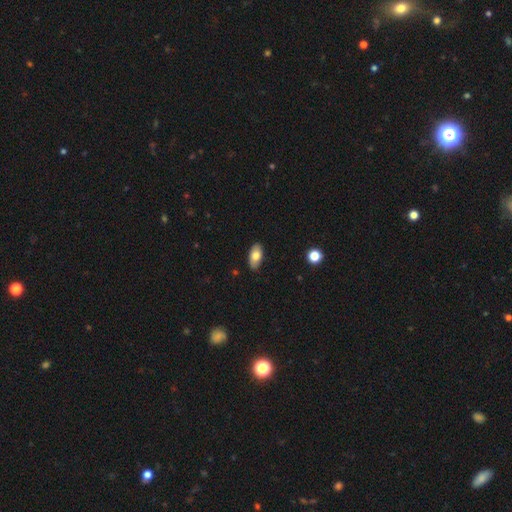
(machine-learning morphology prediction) smooth 76%, featured or disk 17%, star or artifact 7%. Down the decision tree: how rounded — in between (92%); merging — none (86%).